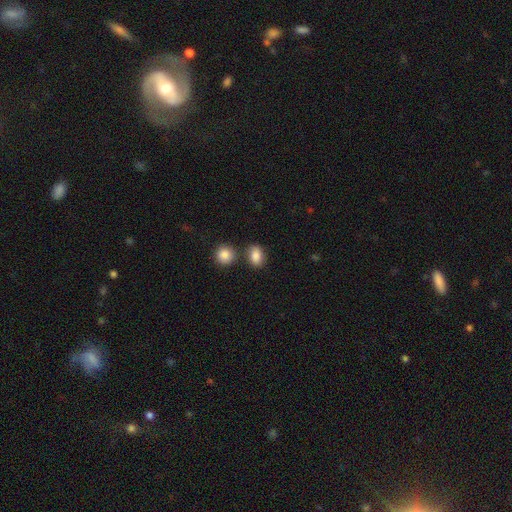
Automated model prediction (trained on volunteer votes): A smooth galaxy with no disk features (86%) that is in between round and cigar-shaped (72%). Merging: none (72%).